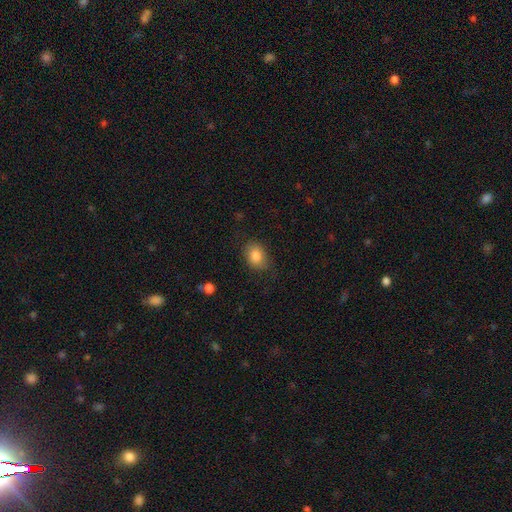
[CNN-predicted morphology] Smooth or featured? smooth (85%)
How rounded? in between (70%)
Merging? none (75%)